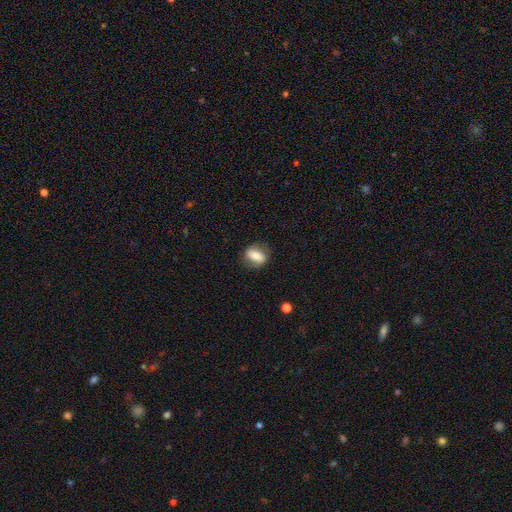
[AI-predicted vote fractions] Q: Smooth or featured?
A: smooth (60%); runner-up: featured or disk (33%)
Q: How rounded?
A: in between (68%); runner-up: round (26%)
Q: Merging?
A: none (79%); runner-up: minor disturbance (15%)